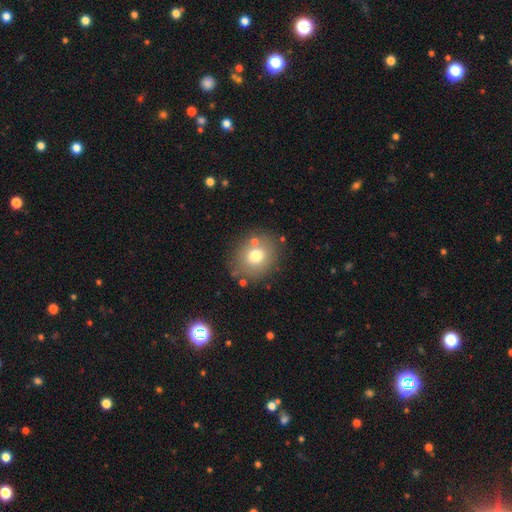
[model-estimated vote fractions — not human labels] A smooth galaxy with no disk features (72%) that is round (69%).

Vote fractions:
- Smooth or featured? smooth: 72% / featured or disk: 17% / star or artifact: 11%
- How rounded? round: 69% / in between: 30% / cigar-shaped: 1%
- Merging? none: 77% / minor disturbance: 12% / merger: 7% / major disturbance: 5%